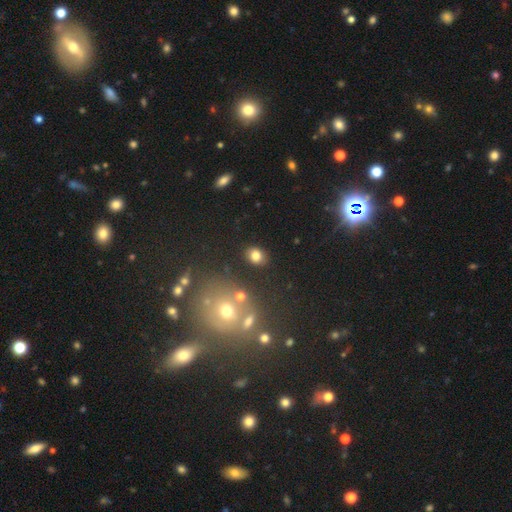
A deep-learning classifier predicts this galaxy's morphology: smooth 79%, star or artifact 13%, featured or disk 8%. Down the decision tree: how rounded — in between (52%); merging — none (85%).